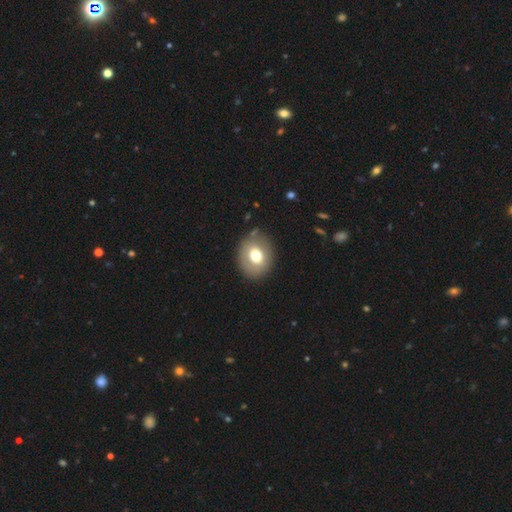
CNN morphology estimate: Smooth or featured?
  - smooth: 69% *
  - featured or disk: 23%
  - star or artifact: 8%
How rounded?
  - round: 54% *
  - in between: 46%
  - cigar-shaped: 1%
Merging?
  - none: 84% *
  - minor disturbance: 11%
  - major disturbance: 4%
  - merger: 2%